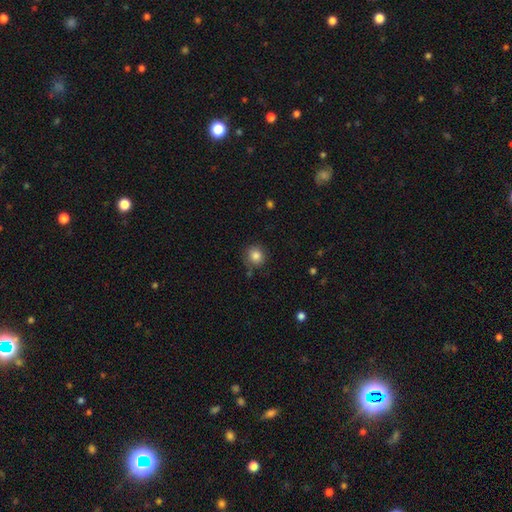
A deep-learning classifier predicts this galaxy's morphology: smooth 84%, star or artifact 10%, featured or disk 6%. Down the decision tree: how rounded — round (88%); merging — none (81%).